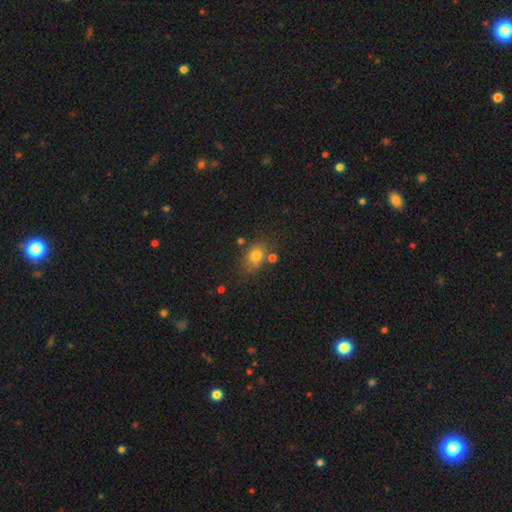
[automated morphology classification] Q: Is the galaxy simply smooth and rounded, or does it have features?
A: smooth — 77%.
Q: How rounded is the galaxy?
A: in between — 66%.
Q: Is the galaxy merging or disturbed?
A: none — 67%.